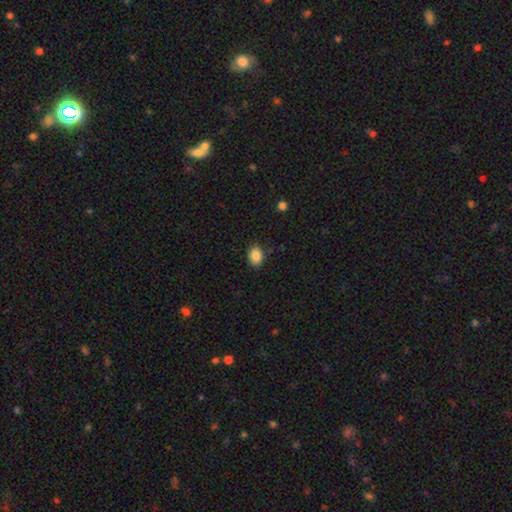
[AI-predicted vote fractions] Morphology: type=smooth (87%); roundness=in between (70%); merging=none (84%).